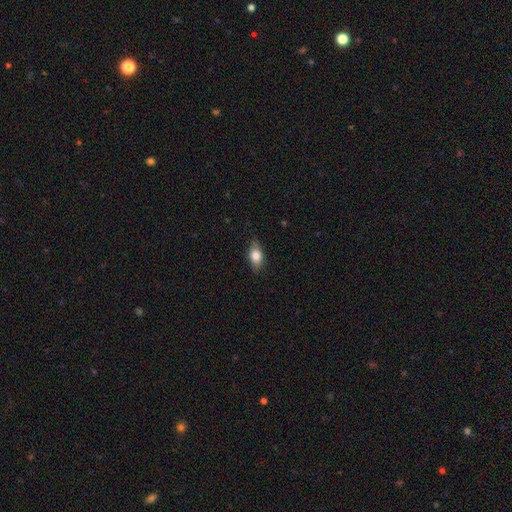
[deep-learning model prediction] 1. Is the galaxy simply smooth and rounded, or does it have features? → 74% smooth, 18% featured or disk, 8% star or artifact.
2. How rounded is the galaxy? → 81% in between, 13% round, 7% cigar-shaped.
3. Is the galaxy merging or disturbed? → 77% none, 18% minor disturbance, 3% major disturbance, 1% merger.